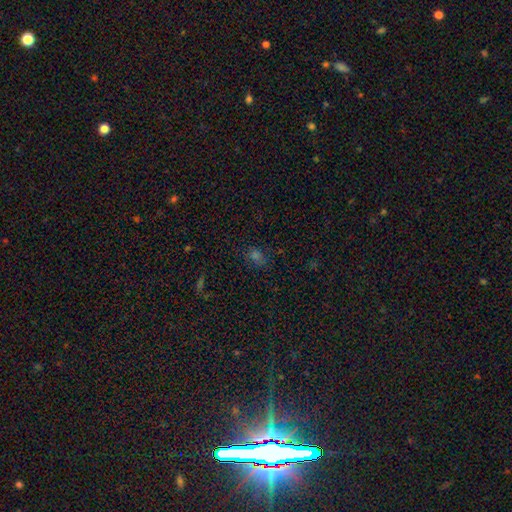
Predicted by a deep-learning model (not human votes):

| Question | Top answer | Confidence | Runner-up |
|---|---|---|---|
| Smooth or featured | smooth | 56% | star or artifact (35%) |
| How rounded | in between | 50% | round (48%) |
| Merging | none | 76% | minor disturbance (16%) |